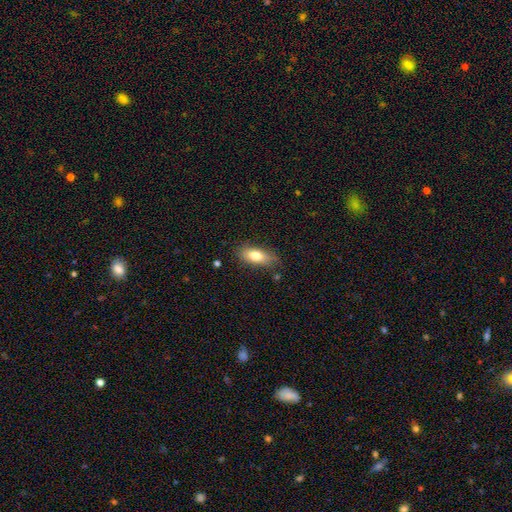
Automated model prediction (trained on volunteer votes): The model was most divided on "how rounded": in between: 77%, cigar-shaped: 19%, round: 4%. More confident: merging — none (76%); smooth or featured — smooth (76%).